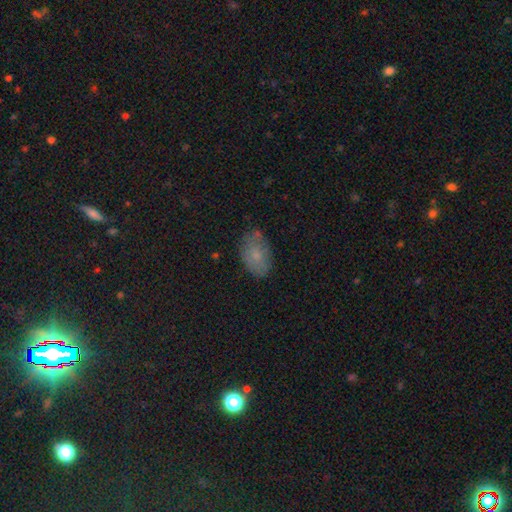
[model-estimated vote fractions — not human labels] A smooth galaxy with no disk features (74%) that is in between round and cigar-shaped (90%).

Vote fractions:
- Smooth or featured? smooth: 74% / featured or disk: 18% / star or artifact: 8%
- How rounded? in between: 90% / round: 8% / cigar-shaped: 2%
- Merging? none: 72% / minor disturbance: 21% / major disturbance: 5% / merger: 3%